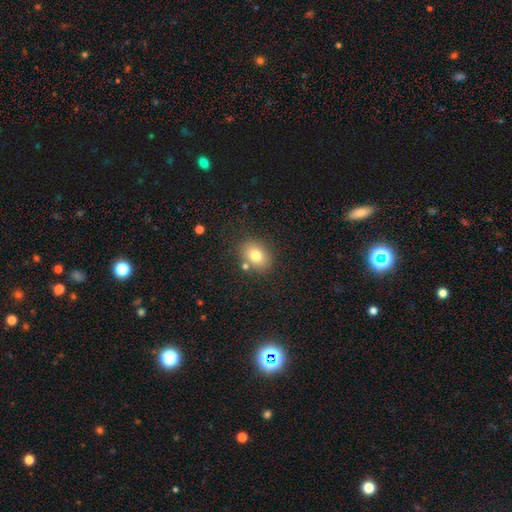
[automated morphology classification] The model was most divided on "how rounded": in between: 62%, round: 37%, cigar-shaped: 1%. More confident: smooth or featured — smooth (79%); merging — none (77%).